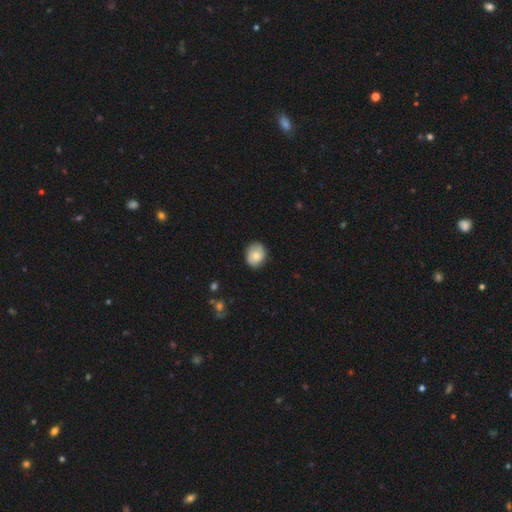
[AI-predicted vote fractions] The model was most divided on "how rounded": round: 59%, in between: 40%, cigar-shaped: 1%. More confident: merging — none (83%); smooth or featured — smooth (75%).